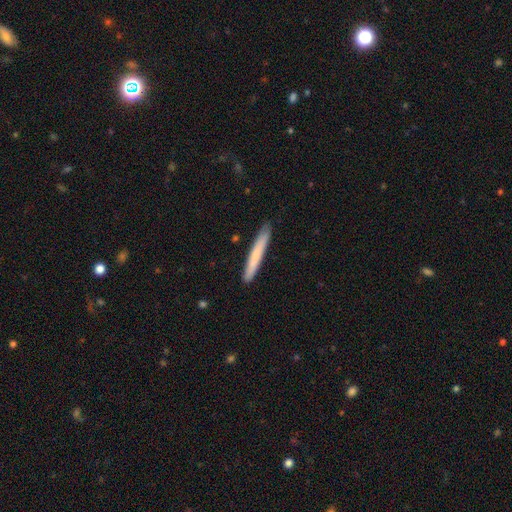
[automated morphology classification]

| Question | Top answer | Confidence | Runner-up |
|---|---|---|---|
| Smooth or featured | smooth | 71% | featured or disk (23%) |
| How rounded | cigar-shaped | 96% | in between (3%) |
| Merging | none | 89% | minor disturbance (9%) |